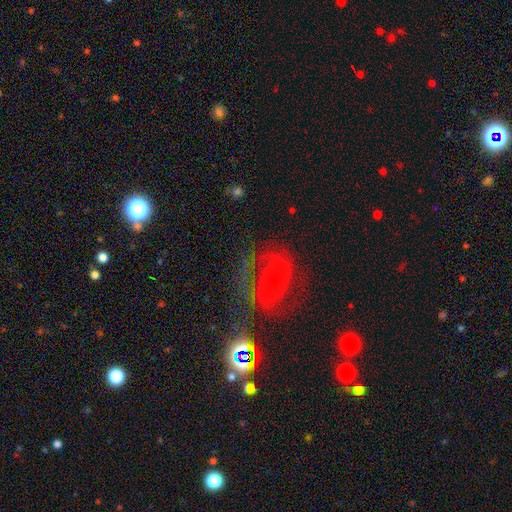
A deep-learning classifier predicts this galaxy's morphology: Smooth or featured? featured or disk (55%)
Edge-on disk? no (93%)
Bar? weak (38%)
Spiral arms? yes (53%)
Bulge size? small (68%)
Merging? none (58%)